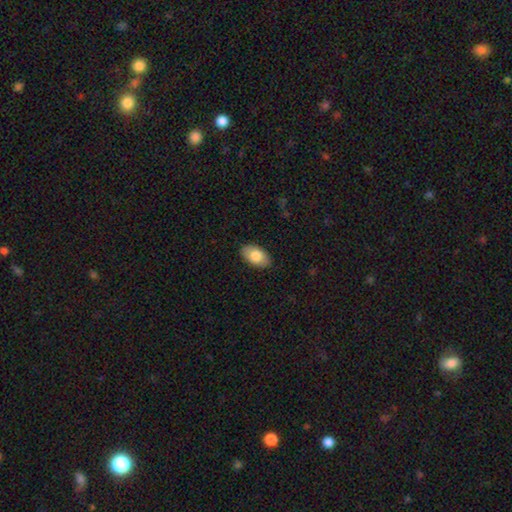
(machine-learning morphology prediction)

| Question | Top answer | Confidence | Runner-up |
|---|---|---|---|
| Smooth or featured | smooth | 80% | featured or disk (14%) |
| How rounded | in between | 94% | round (5%) |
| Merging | none | 87% | minor disturbance (10%) |